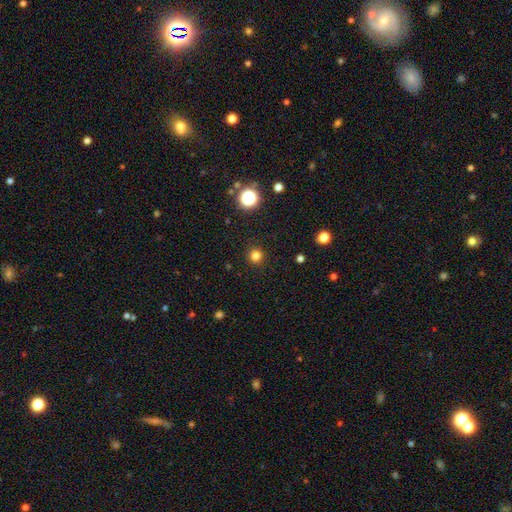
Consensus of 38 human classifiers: Smooth or featured: smooth — 92% (featured or disk — 5%)
How rounded: round — 97% (in between — 3%)
Merging: none — 86% (minor disturbance — 5%)